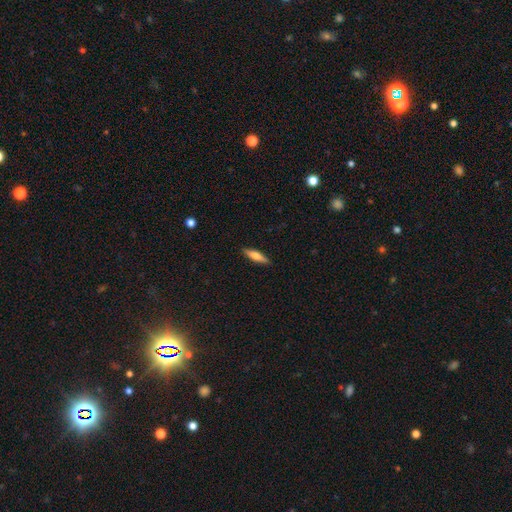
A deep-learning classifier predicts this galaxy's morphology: Smooth or featured: smooth — 62% (featured or disk — 32%)
How rounded: cigar-shaped — 72% (in between — 26%)
Merging: none — 89% (minor disturbance — 8%)